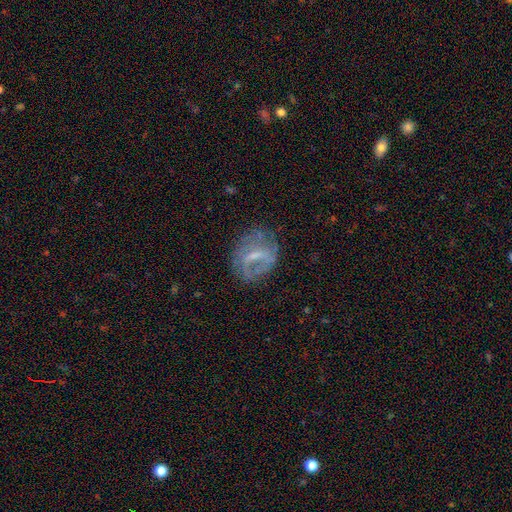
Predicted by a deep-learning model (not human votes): A featured or disk galaxy (61%) with a weak bar (48%), spiral arms (52%) and a small central bulge (41%). Merging: none (55%).